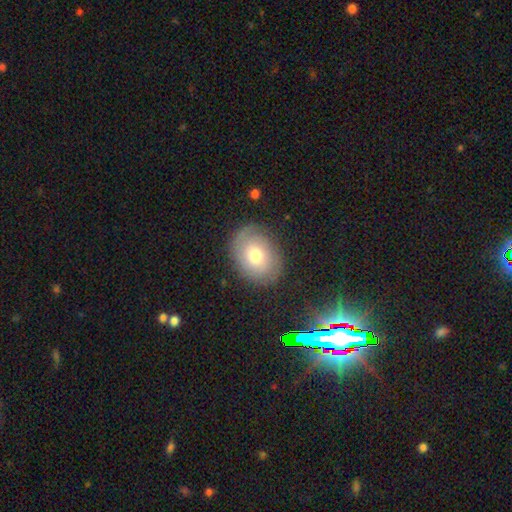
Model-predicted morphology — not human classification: Overall: smooth (54%; featured or disk 36%). How rounded: in between (60%; round 39%). Merging: none (81%).